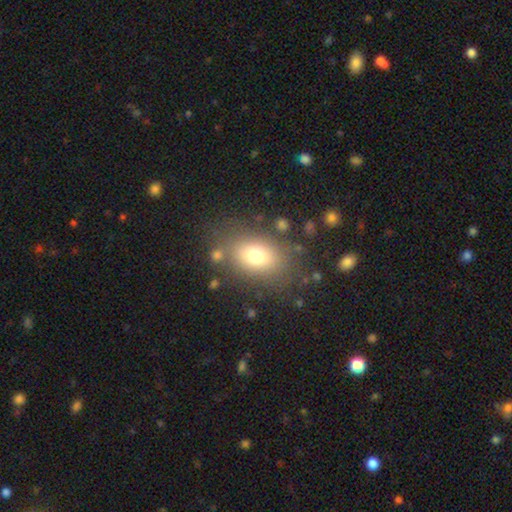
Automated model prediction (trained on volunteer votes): Overall: smooth (73%). How rounded: in between (73%). Merging: none (75%).